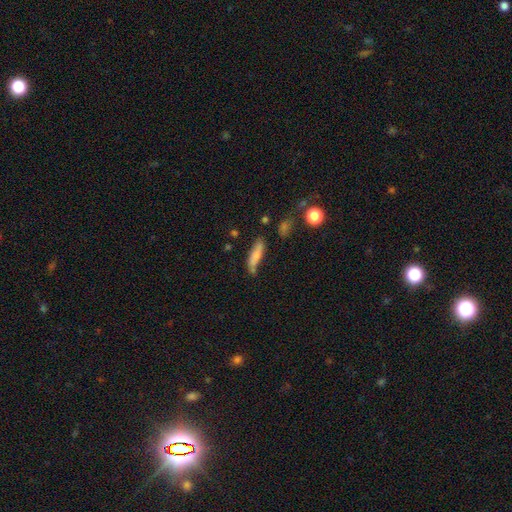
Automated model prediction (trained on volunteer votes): This appears to be a smooth galaxy with no disk features (74%) that is cigar-shaped (68%). Merging: none (61%).